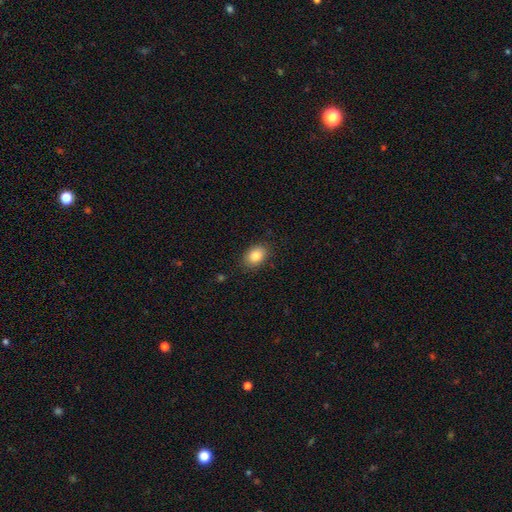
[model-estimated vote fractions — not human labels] Q: Smooth or featured?
A: smooth (85%); runner-up: star or artifact (8%)
Q: How rounded?
A: in between (78%); runner-up: round (21%)
Q: Merging?
A: none (86%); runner-up: minor disturbance (11%)